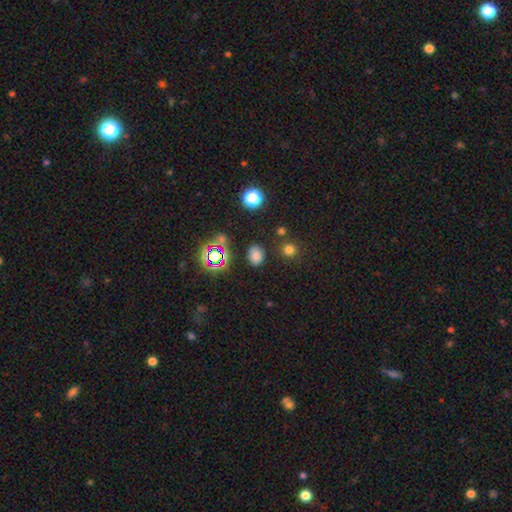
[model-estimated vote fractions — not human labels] smooth 69%, star or artifact 25%, featured or disk 6%. Down the decision tree: how rounded — in between (61%); merging — none (81%).